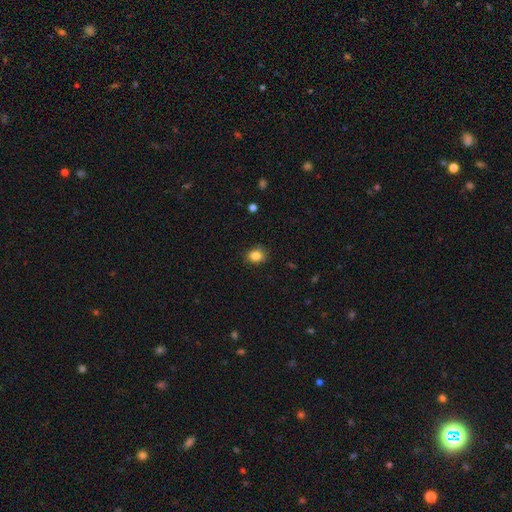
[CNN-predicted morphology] Overall: smooth (85%). How rounded: round (58%; in between 41%). Merging: none (84%).